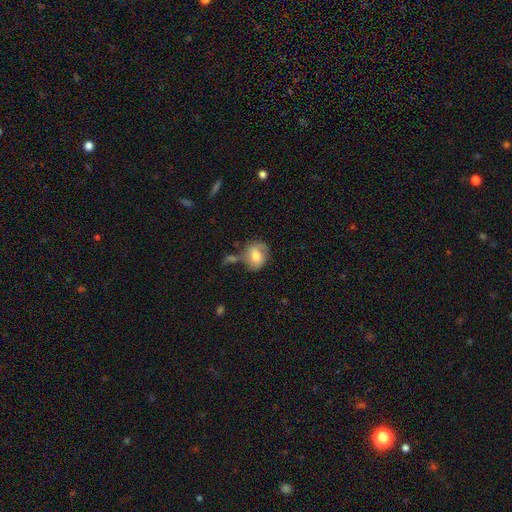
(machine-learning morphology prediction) smooth_or_featured: smooth (p=0.62) [alt: featured or disk p=0.30]
how_rounded: round (p=0.51) [alt: in between p=0.48]
merging: none (p=0.47) [alt: minor disturbance p=0.24]